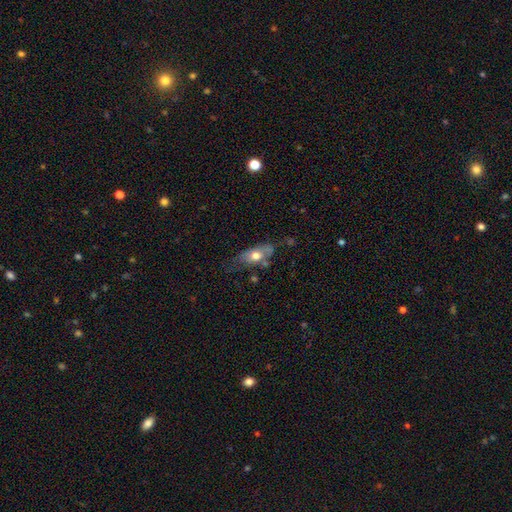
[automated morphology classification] A smooth galaxy with no disk features (61%) that is in between round and cigar-shaped (83%).

Vote fractions:
- Smooth or featured? smooth: 61% / featured or disk: 32% / star or artifact: 7%
- How rounded? in between: 83% / cigar-shaped: 11% / round: 7%
- Merging? none: 47% / minor disturbance: 31% / major disturbance: 13% / merger: 9%